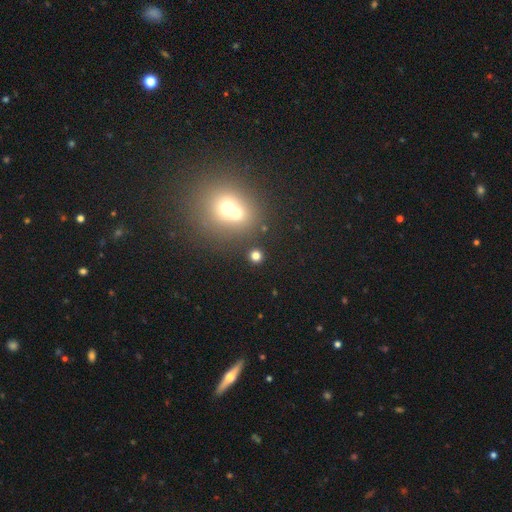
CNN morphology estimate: Overall: smooth (72%). How rounded: round (87%). Merging: none (70%).